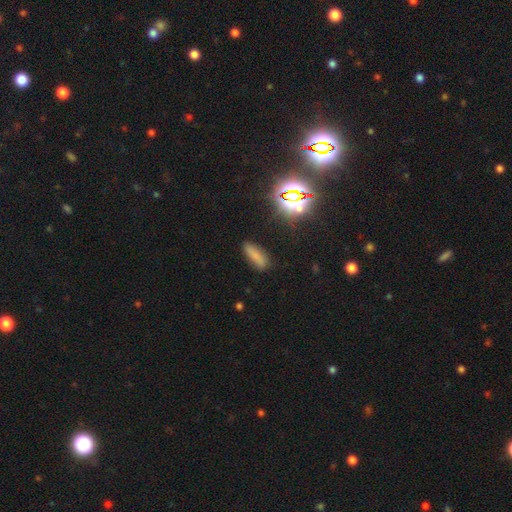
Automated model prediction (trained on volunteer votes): This is likely a smooth galaxy (74%). How rounded: possibly cigar-shaped (52%). Merging: clearly none (81%).